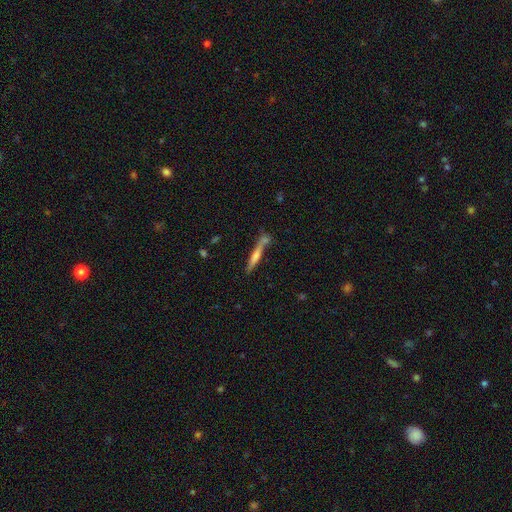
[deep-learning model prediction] Smooth or featured? Predicted: smooth (p=0.48). Merging? Predicted: none (p=0.66).